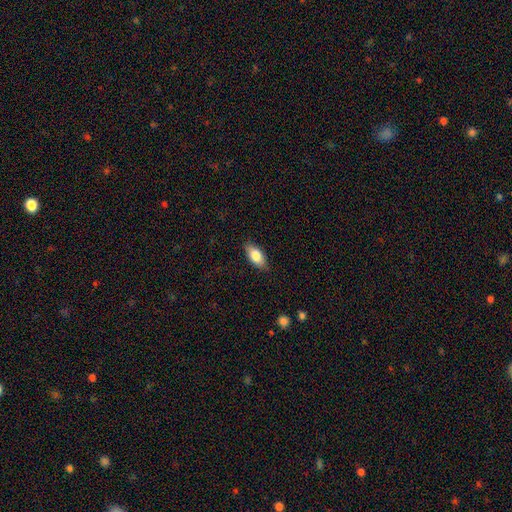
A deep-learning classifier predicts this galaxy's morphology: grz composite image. It shows a smooth galaxy with no disk features (81%) that is in between round and cigar-shaped (89%). Merging: none (85%).